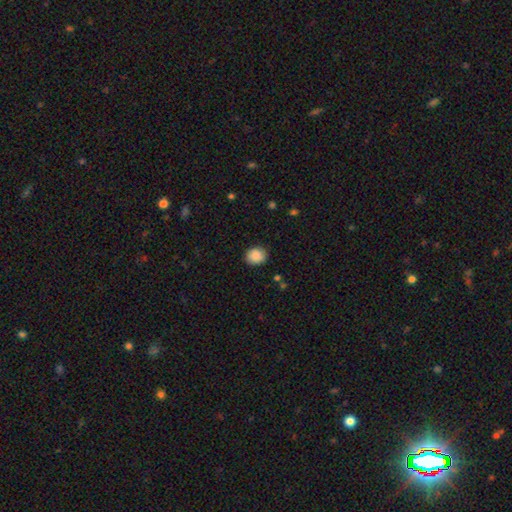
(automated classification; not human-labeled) Overall: smooth (89%). How rounded: round (67%; in between 32%). Merging: none (87%).